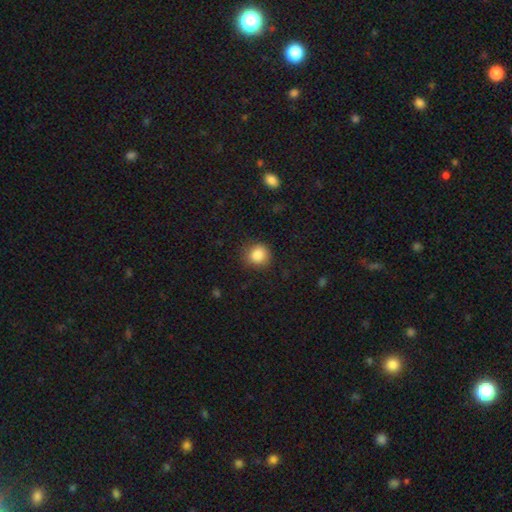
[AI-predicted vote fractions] Smooth or featured? smooth (85%)
How rounded? round (85%)
Merging? none (83%)